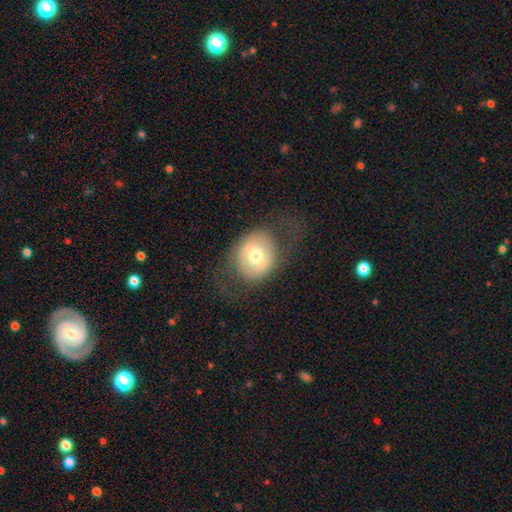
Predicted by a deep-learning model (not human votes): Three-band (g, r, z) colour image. It shows a smooth galaxy with no disk features (49%). Merging: none (67%).